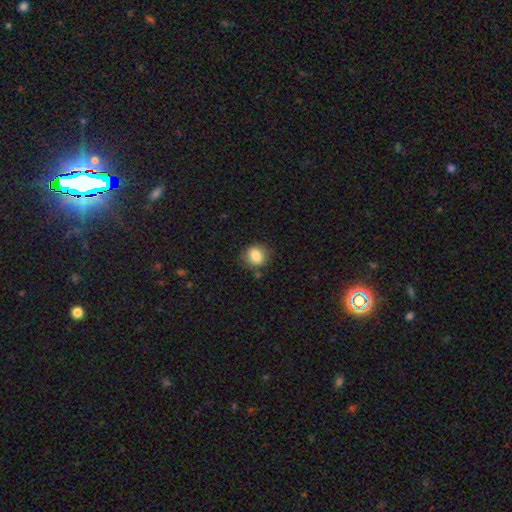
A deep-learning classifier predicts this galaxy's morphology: Smooth or featured? Predicted: smooth (p=0.85). How rounded? Predicted: round (p=0.71). Merging? Predicted: none (p=0.80).